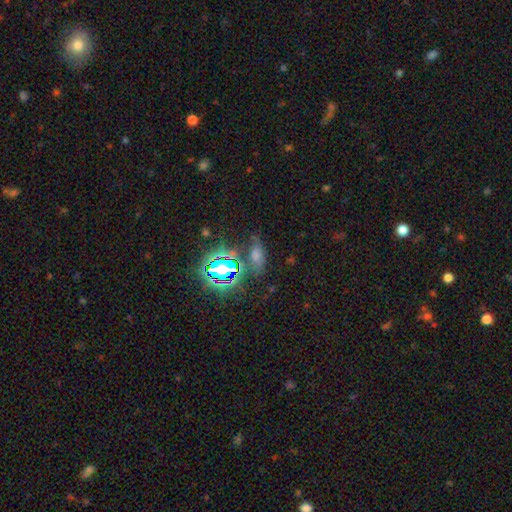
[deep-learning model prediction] Q: Smooth or featured?
A: star or artifact (50%); runner-up: smooth (35%)